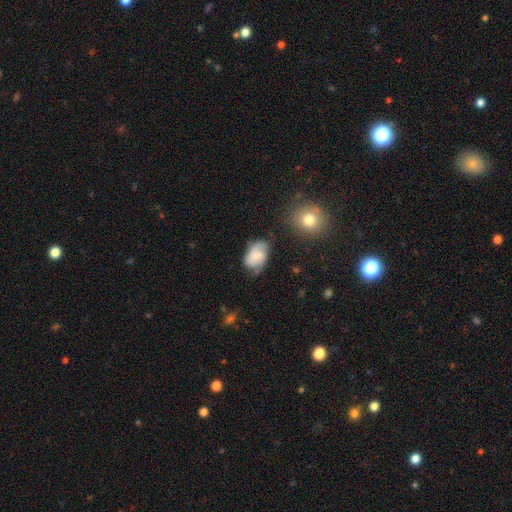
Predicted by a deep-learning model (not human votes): The model was most divided on "smooth or featured": featured or disk: 49%, smooth: 42%, star or artifact: 9%. More confident: merging — none (57%).